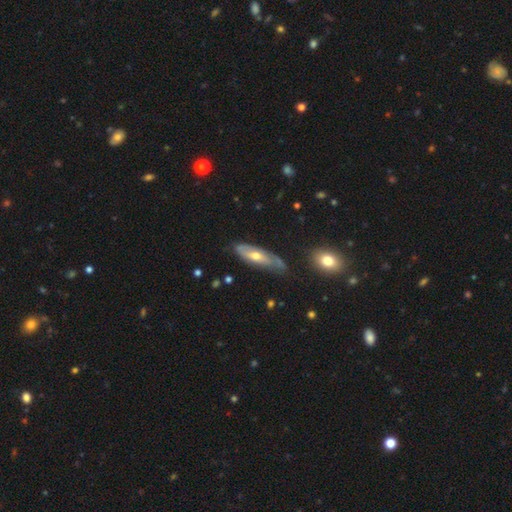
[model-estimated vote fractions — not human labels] smooth-or-featured: featured or disk: 60% | smooth: 33% | star or artifact: 7%
  disk-edge-on: no: 60% | yes: 40%
  merging: none: 62% | minor disturbance: 28% | major disturbance: 7% | merger: 3%